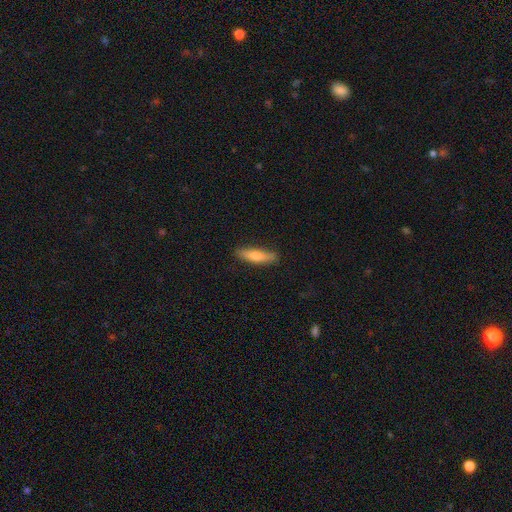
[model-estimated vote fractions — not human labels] smooth 72%, featured or disk 22%, star or artifact 6%. Down the decision tree: how rounded — cigar-shaped (73%); merging — none (86%).